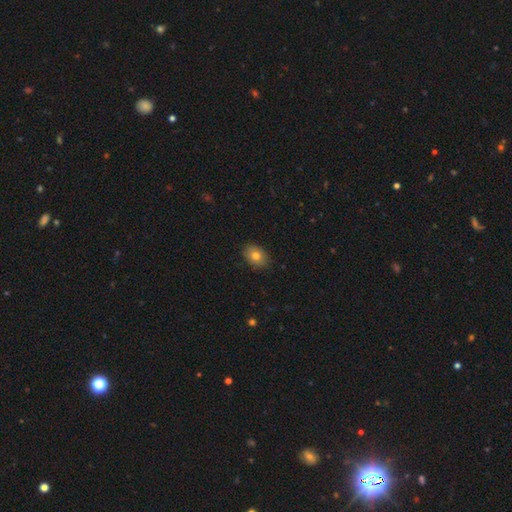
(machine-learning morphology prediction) Smooth or featured? smooth (78%)
How rounded? in between (75%)
Merging? none (86%)